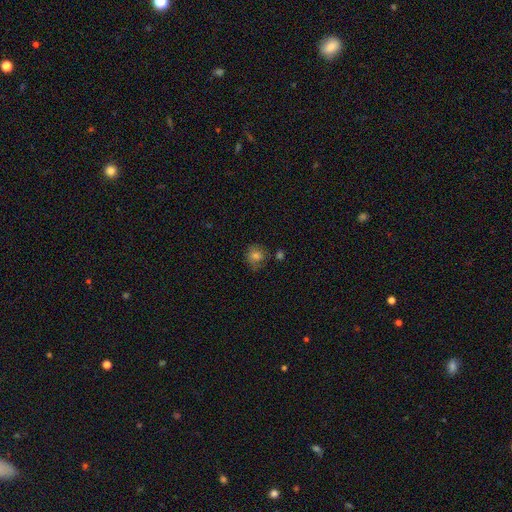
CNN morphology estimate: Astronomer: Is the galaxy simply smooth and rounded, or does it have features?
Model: smooth — 76%.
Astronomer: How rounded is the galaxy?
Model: round — 83%.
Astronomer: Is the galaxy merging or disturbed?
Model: none — 69%.